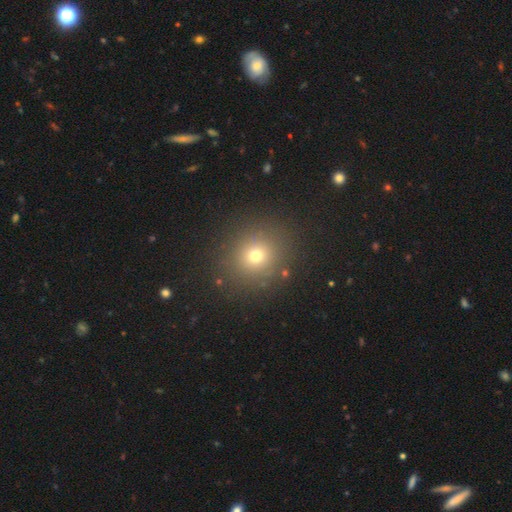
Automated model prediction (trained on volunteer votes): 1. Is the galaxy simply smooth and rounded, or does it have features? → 70% smooth, 21% star or artifact, 9% featured or disk.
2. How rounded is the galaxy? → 86% round, 14% in between, 1% cigar-shaped.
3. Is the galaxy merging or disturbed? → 88% none, 7% minor disturbance, 3% major disturbance, 2% merger.